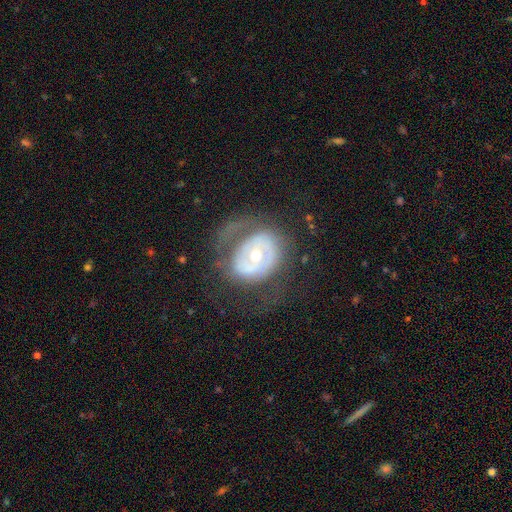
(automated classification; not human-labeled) The model was most divided on "spiral arms" (2-way tie): yes: 50%, no: 50%. Remaining: edge-on disk — no (95%); smooth or featured — featured or disk (70%); bar — no (66%); bulge size — moderate (53%); merging — none (47%).